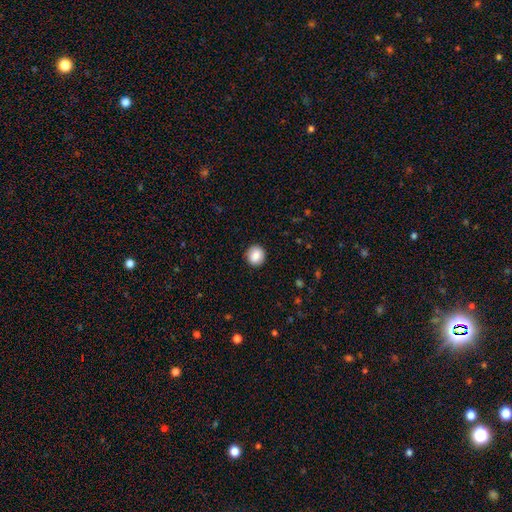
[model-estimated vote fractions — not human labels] smooth-or-featured: smooth: 86% | star or artifact: 8% | featured or disk: 6%
  how-rounded: round: 87% | in between: 12% | cigar-shaped: 1%
  merging: none: 91% | minor disturbance: 6% | major disturbance: 2% | merger: 1%